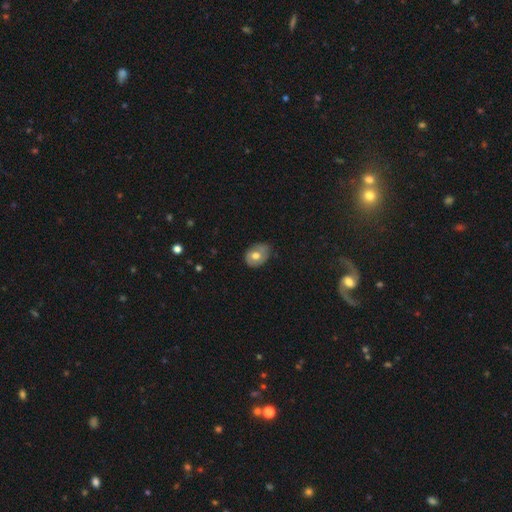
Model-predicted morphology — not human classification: Q: Smooth or featured?
A: smooth (63%); runner-up: featured or disk (29%)
Q: How rounded?
A: in between (61%); runner-up: round (38%)
Q: Merging?
A: none (67%); runner-up: minor disturbance (27%)